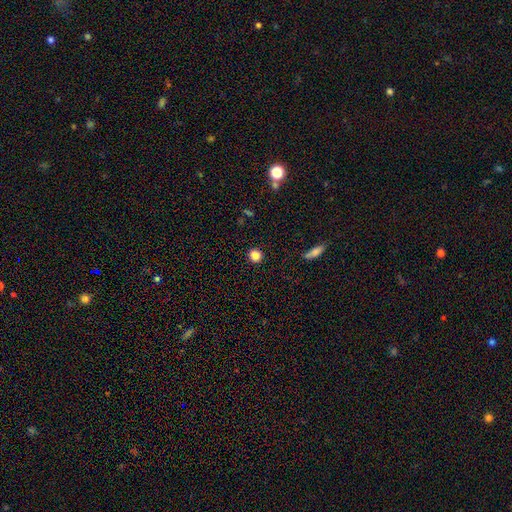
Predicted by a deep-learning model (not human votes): smooth 85%, star or artifact 11%, featured or disk 4%. Down the decision tree: how rounded — round (89%); merging — none (91%).